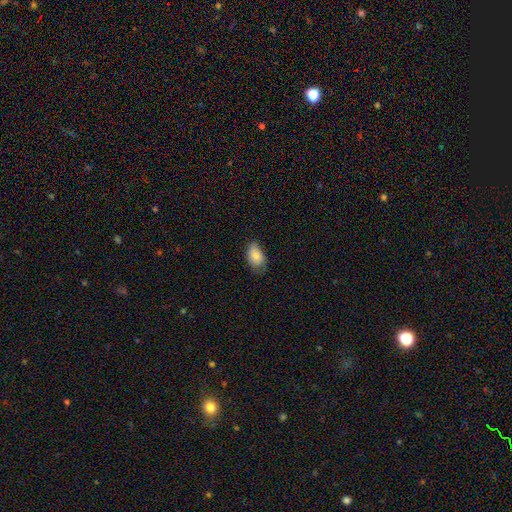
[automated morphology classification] Q: Smooth or featured?
A: smooth (84%); runner-up: featured or disk (9%)
Q: How rounded?
A: in between (88%); runner-up: round (10%)
Q: Merging?
A: none (62%); runner-up: minor disturbance (30%)